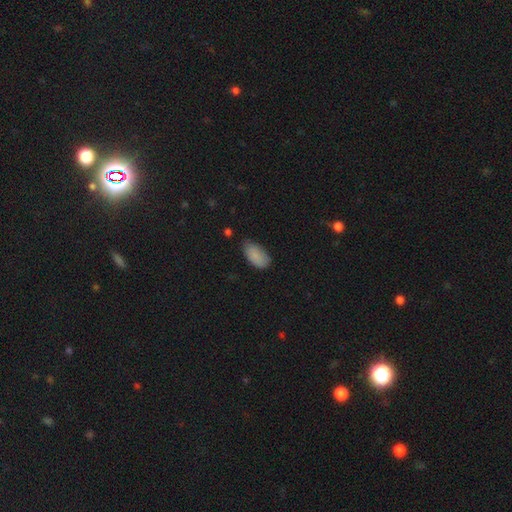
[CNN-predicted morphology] This is clearly a smooth galaxy (87%). How rounded: clearly in between (94%). Merging: possibly none (59%).